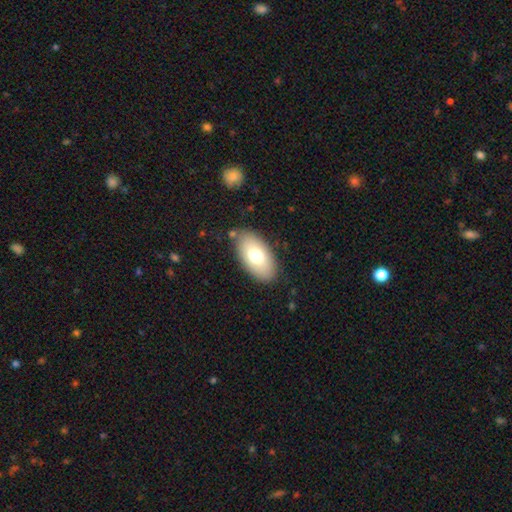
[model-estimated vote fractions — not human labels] smooth_or_featured: smooth (p=0.72) [alt: featured or disk p=0.21]
how_rounded: in between (p=0.94) [alt: round p=0.03]
merging: none (p=0.82) [alt: minor disturbance p=0.12]